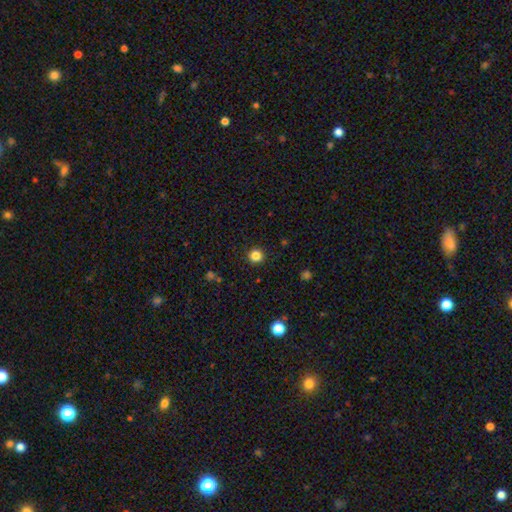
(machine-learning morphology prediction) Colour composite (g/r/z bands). It shows a smooth galaxy with no disk features (83%) that is round (95%). Merging: none (92%).